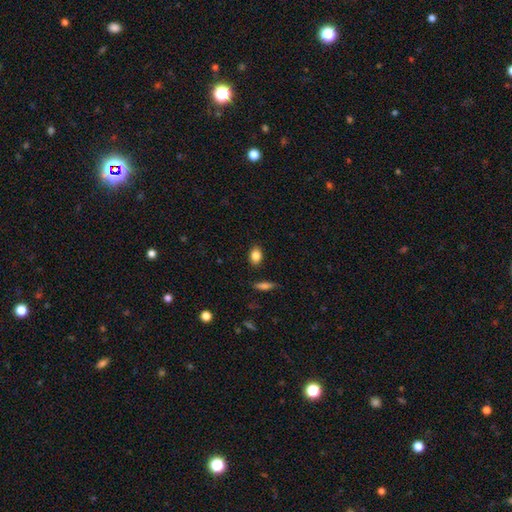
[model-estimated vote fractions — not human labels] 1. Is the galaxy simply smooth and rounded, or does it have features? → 85% smooth, 9% star or artifact, 7% featured or disk.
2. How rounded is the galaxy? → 75% in between, 23% round, 2% cigar-shaped.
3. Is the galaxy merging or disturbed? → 87% none, 9% minor disturbance, 2% major disturbance, 2% merger.